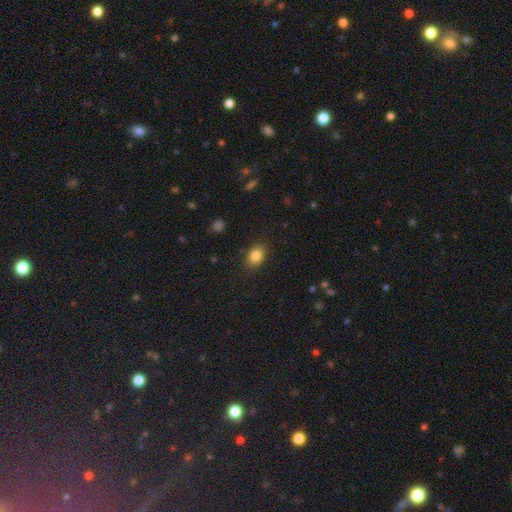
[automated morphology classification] Smooth or featured? Predicted: smooth (p=0.84). How rounded? Predicted: in between (p=0.66). Merging? Predicted: none (p=0.84).